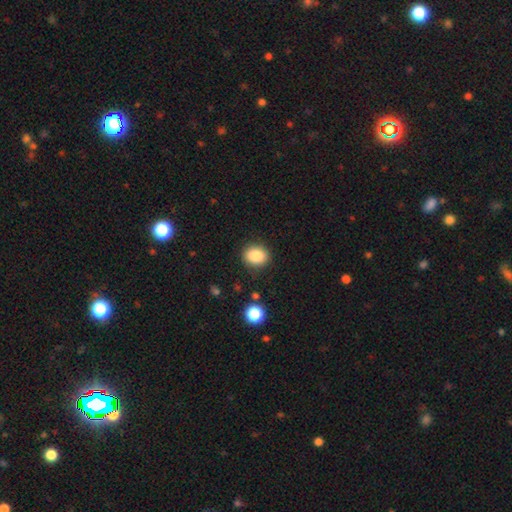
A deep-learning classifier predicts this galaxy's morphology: Q: Smooth or featured?
A: smooth (86%); runner-up: star or artifact (9%)
Q: How rounded?
A: round (59%); runner-up: in between (40%)
Q: Merging?
A: none (88%); runner-up: minor disturbance (8%)